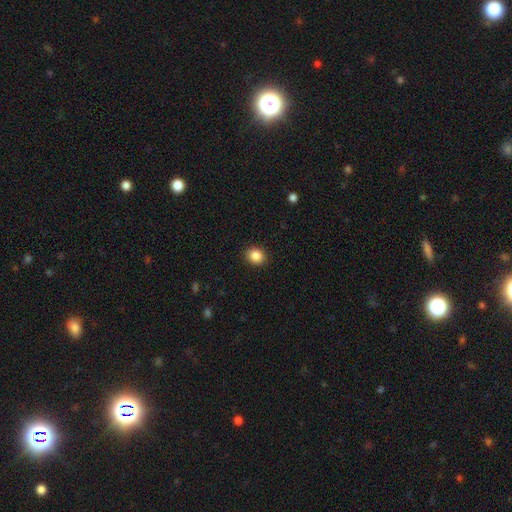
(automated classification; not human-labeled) Smooth or featured?
  - smooth: 87% *
  - star or artifact: 9%
  - featured or disk: 3%
How rounded?
  - round: 69% *
  - in between: 30%
  - cigar-shaped: 1%
Merging?
  - none: 90% *
  - minor disturbance: 7%
  - major disturbance: 2%
  - merger: 1%